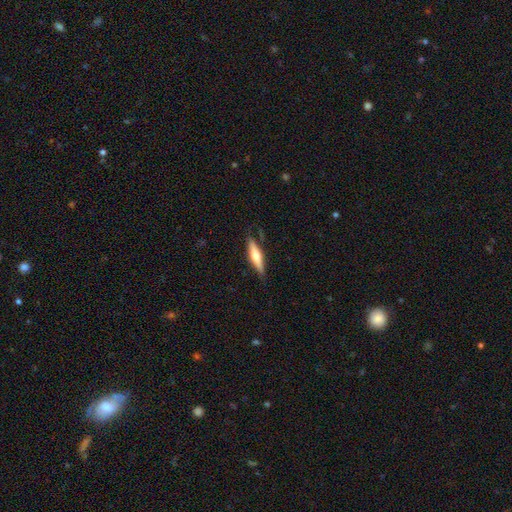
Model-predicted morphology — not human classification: featured or disk 49%, smooth 45%, star or artifact 6%. Down the decision tree: merging — none (81%).